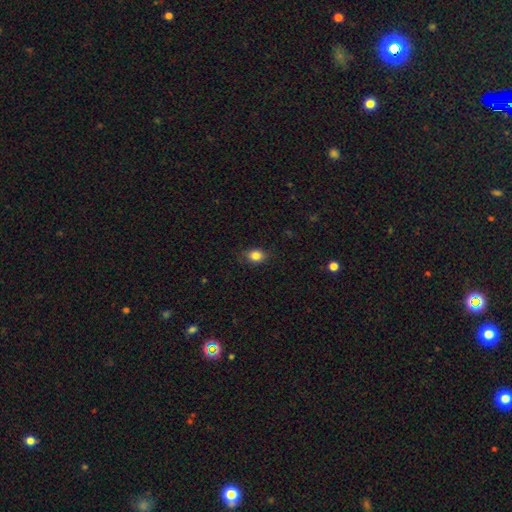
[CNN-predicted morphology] Smooth or featured? Predicted: smooth (p=0.84). How rounded? Predicted: in between (p=0.53). Merging? Predicted: none (p=0.81).